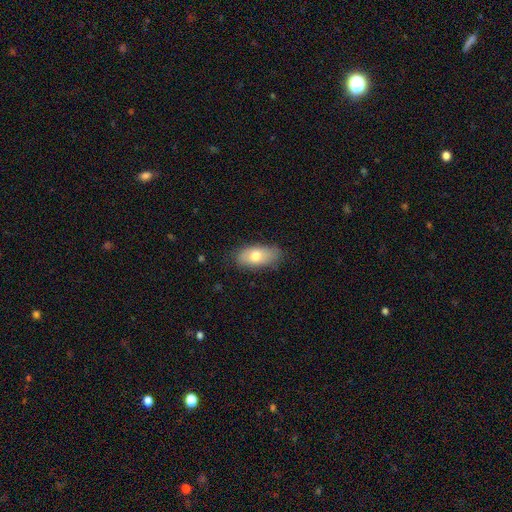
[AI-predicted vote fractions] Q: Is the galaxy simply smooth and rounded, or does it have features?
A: smooth — 73%.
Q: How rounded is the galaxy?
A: in between — 90%.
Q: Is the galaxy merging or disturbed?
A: none — 79%.